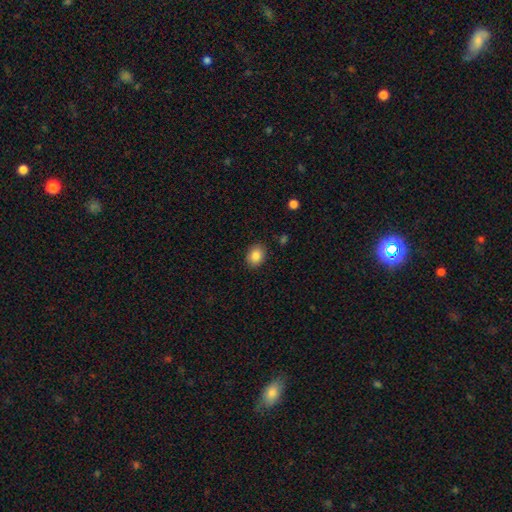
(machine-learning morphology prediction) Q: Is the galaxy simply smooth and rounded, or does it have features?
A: smooth — 86%.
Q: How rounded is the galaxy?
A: in between — 62%.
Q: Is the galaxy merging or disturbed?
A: none — 88%.